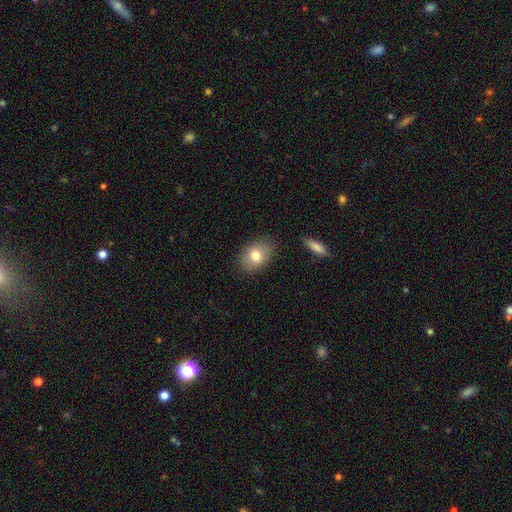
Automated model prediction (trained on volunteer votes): Smooth or featured? smooth (78%)
How rounded? in between (74%)
Merging? none (84%)